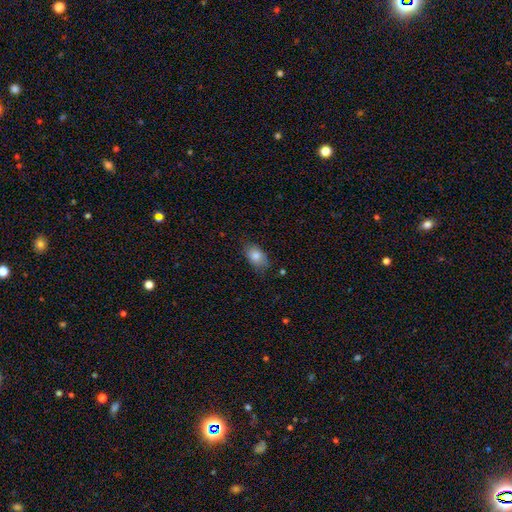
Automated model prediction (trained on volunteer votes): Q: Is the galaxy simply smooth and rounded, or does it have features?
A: smooth — 82%.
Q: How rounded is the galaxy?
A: in between — 87%.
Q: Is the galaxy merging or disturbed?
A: none — 74%.